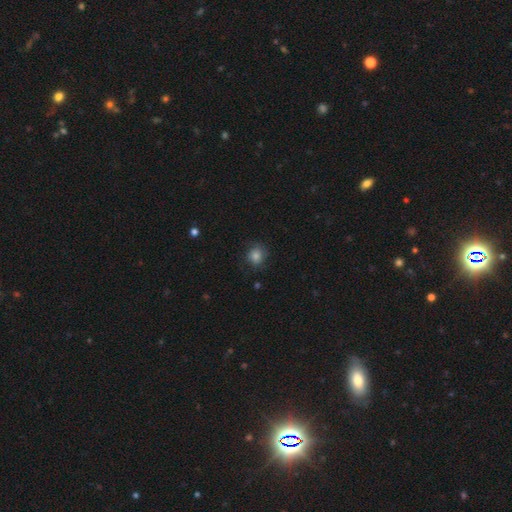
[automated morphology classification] type=smooth (78%); roundness=round (81%); merging=none (72%).